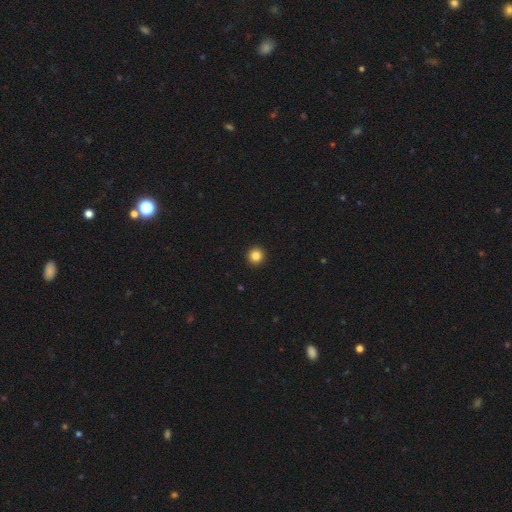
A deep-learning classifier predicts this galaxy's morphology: Q: Smooth or featured?
A: smooth (85%); runner-up: star or artifact (11%)
Q: How rounded?
A: round (96%); runner-up: in between (3%)
Q: Merging?
A: none (94%); runner-up: minor disturbance (3%)